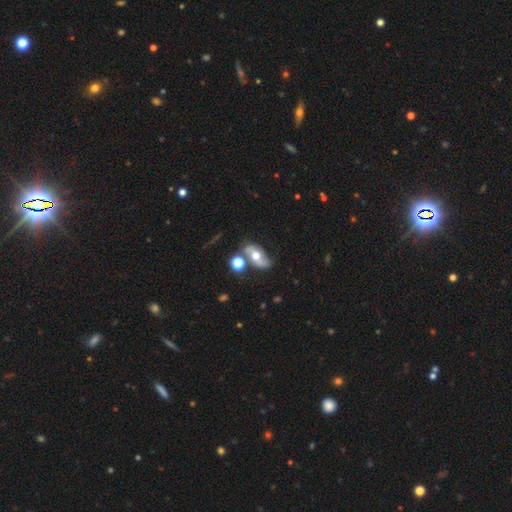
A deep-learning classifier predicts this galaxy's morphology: Overall: featured or disk (68%). Edge-on disk: no (91%). Bar: no (63%; weak 24%). Spiral arms: yes (83%). Spiral arm count: 2 (89%). Spiral winding: loose (65%; medium 25%). Bulge size: moderate (75%). Merging: none (63%).